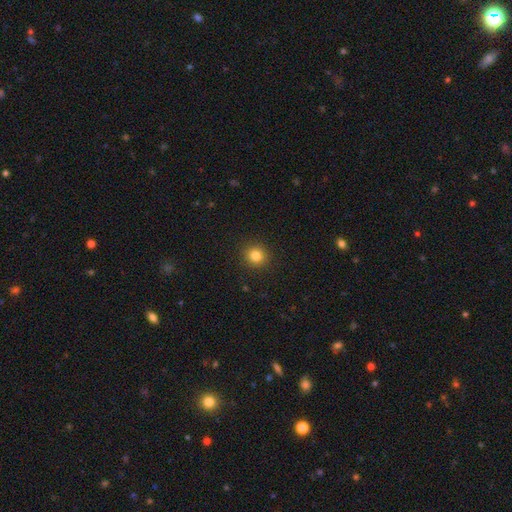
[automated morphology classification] Overall: smooth (82%). How rounded: round (91%). Merging: none (92%).